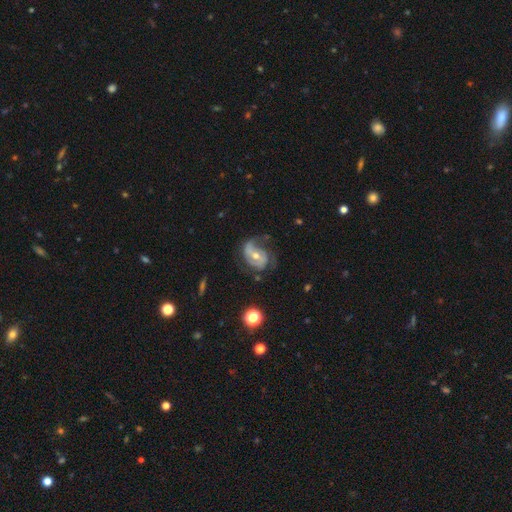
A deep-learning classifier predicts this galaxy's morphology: Smooth or featured?
  - featured or disk: 77% *
  - smooth: 16%
  - star or artifact: 7%
Edge-on disk?
  - no: 96% *
  - yes: 4%
Bar?
  - weak: 40% *
  - no: 33%
  - strong: 28%
Spiral arms?
  - yes: 87% *
  - no: 13%
Spiral winding?
  - medium: 42% *
  - loose: 33%
  - tight: 25%
Spiral arm count?
  - 2: 59% *
  - 1: 19%
  - can't tell: 14%
  - 3: 5%
  - 4: 1%
  - more than 4: 1%
Bulge size?
  - moderate: 63% *
  - small: 32%
  - large: 3%
  - none: 1%
  - dominant: 1%
Merging?
  - none: 46% *
  - minor disturbance: 26%
  - major disturbance: 25%
  - merger: 3%